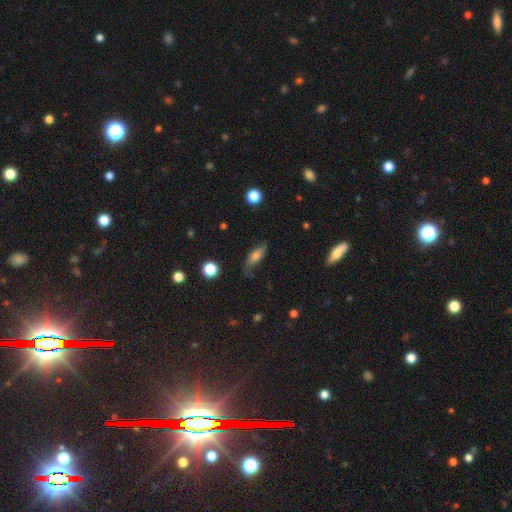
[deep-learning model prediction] Morphology: type=smooth (57%); roundness=in between (66%); merging=none (62%).